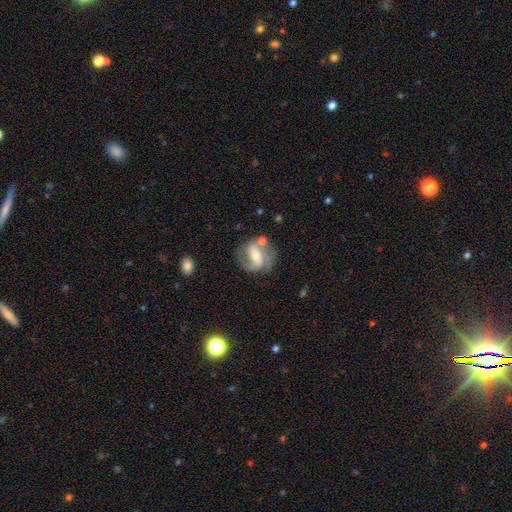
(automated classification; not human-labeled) smooth_or_featured: featured or disk (p=0.76) [alt: smooth p=0.17]
disk_edge_on: no (p=0.96) [alt: yes p=0.04]
bar: strong (p=0.40) [alt: weak p=0.38]
has_spiral_arms: yes (p=0.89) [alt: no p=0.11]
spiral_winding: medium (p=0.46) [alt: loose p=0.33]
spiral_arm_count: 2 (p=0.74) [alt: can't tell p=0.09]
bulge_size: moderate (p=0.50) [alt: small p=0.42]
merging: none (p=0.62) [alt: minor disturbance p=0.19]